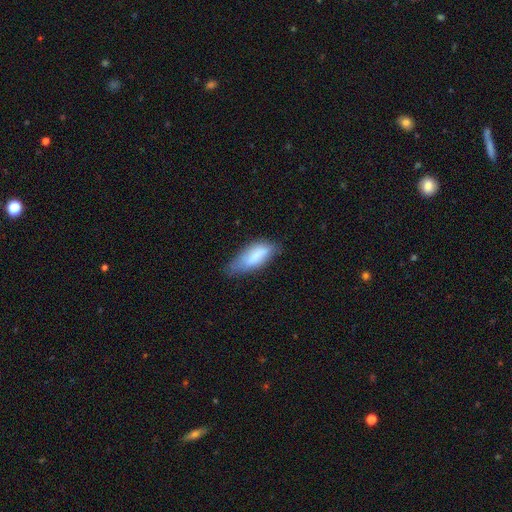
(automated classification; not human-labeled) smooth-or-featured: smooth: 75% | featured or disk: 18% | star or artifact: 7%
  how-rounded: in between: 76% | cigar-shaped: 23% | round: 2%
  merging: none: 46% | minor disturbance: 40% | major disturbance: 11% | merger: 2%